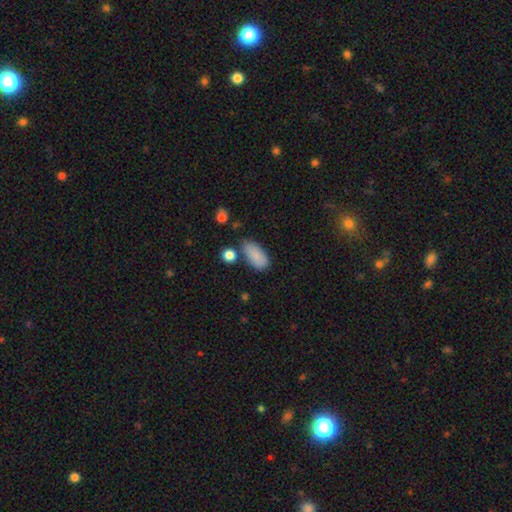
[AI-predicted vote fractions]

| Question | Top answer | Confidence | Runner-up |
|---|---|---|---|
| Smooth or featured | smooth | 86% | star or artifact (7%) |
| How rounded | in between | 90% | cigar-shaped (6%) |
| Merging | none | 65% | minor disturbance (22%) |